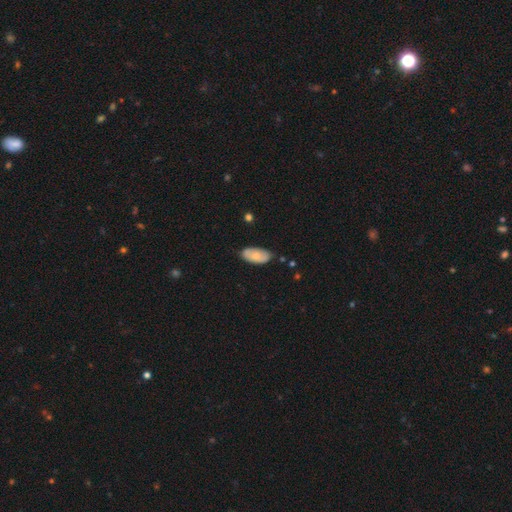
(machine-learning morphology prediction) This appears to be a smooth galaxy with no disk features (73%) that is in between round and cigar-shaped (93%). Merging: none (78%).